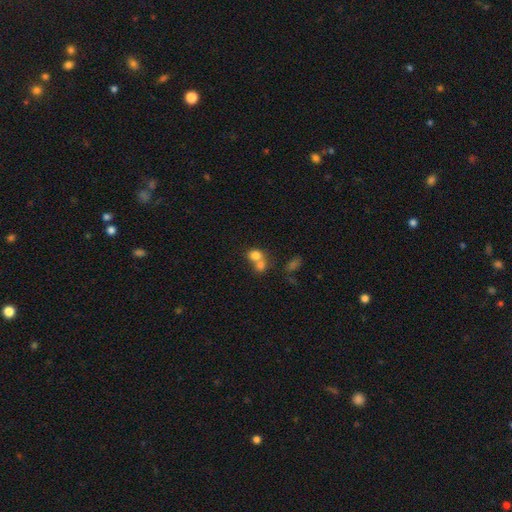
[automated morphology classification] smooth-or-featured: smooth: 77% | featured or disk: 13% | star or artifact: 11%
  how-rounded: round: 62% | in between: 37% | cigar-shaped: 1%
  merging: merger: 62% | none: 28% | minor disturbance: 6% | major disturbance: 4%